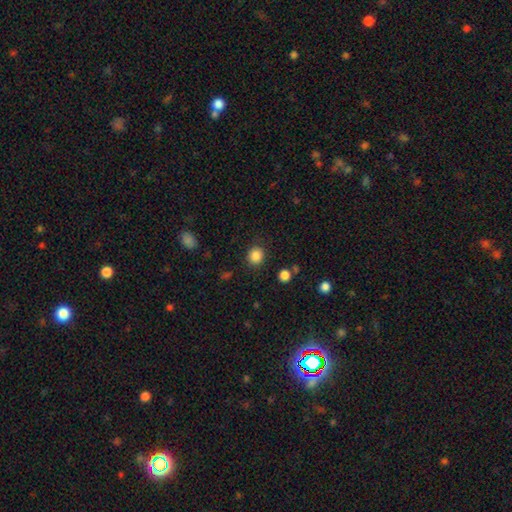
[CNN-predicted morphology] The model was most divided on "how rounded": round: 84%, in between: 15%, cigar-shaped: 1%. More confident: merging — none (86%); smooth or featured — smooth (86%).